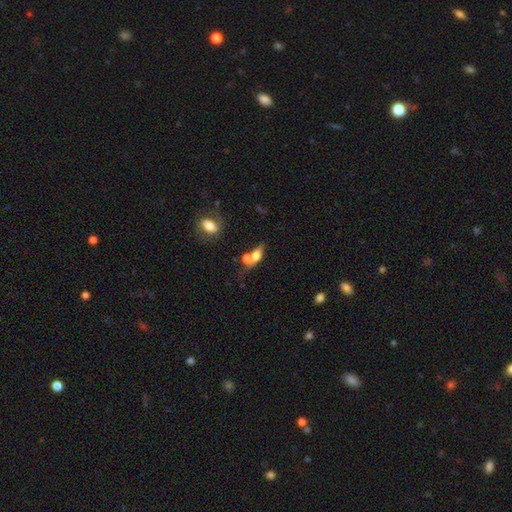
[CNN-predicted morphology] smooth-or-featured: smooth: 54% | featured or disk: 36% | star or artifact: 11%
  how-rounded: in between: 52% | round: 24% | cigar-shaped: 24%
  merging: merger: 41% | none: 38% | minor disturbance: 13% | major disturbance: 8%